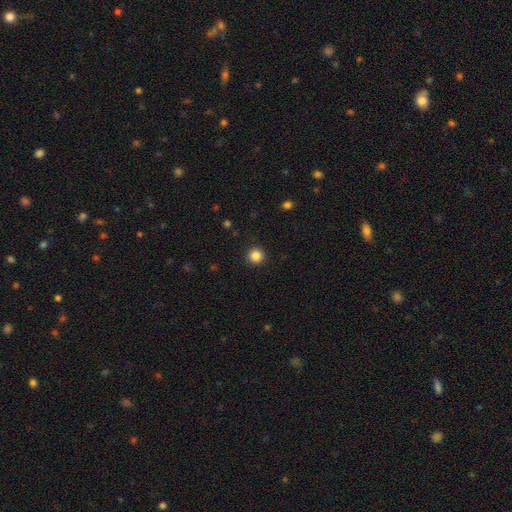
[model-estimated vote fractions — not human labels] Smooth or featured?
  - smooth: 86% *
  - star or artifact: 10%
  - featured or disk: 4%
How rounded?
  - round: 96% *
  - in between: 3%
  - cigar-shaped: 1%
Merging?
  - none: 93% *
  - minor disturbance: 4%
  - major disturbance: 2%
  - merger: 1%